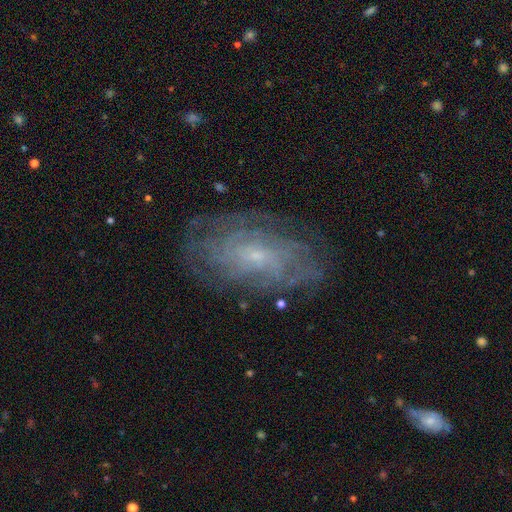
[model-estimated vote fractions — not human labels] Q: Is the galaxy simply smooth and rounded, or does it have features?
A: featured or disk — 74%.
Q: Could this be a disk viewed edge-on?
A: no — 94%.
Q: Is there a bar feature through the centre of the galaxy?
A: no — 70%.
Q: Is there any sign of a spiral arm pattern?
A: yes — 84%.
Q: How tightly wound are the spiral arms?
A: tight — 68%.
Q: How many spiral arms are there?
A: can't tell — 59%.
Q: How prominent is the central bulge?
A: small — 80%.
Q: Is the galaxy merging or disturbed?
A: none — 78%.